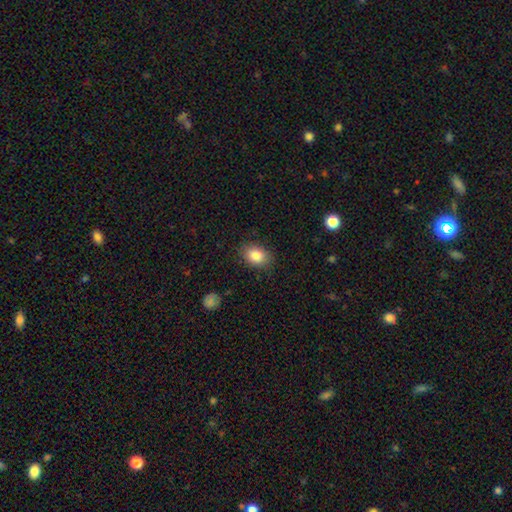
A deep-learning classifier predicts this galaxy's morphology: A smooth galaxy with no disk features (86%) that is in between round and cigar-shaped (76%). Merging: none (84%).